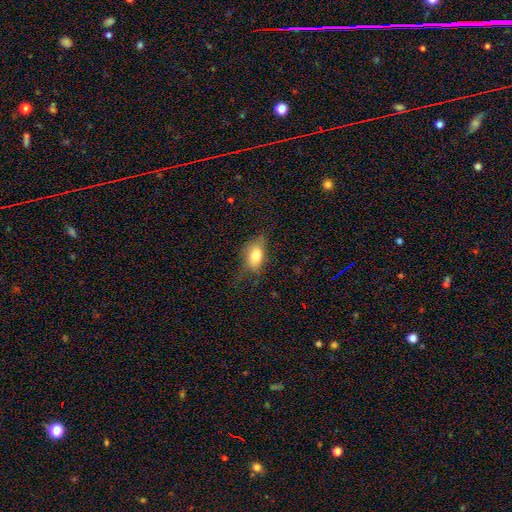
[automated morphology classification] Smooth or featured?
  - smooth: 75% *
  - featured or disk: 16%
  - star or artifact: 9%
How rounded?
  - in between: 83% *
  - round: 13%
  - cigar-shaped: 4%
Merging?
  - none: 51% *
  - minor disturbance: 31%
  - major disturbance: 16%
  - merger: 2%